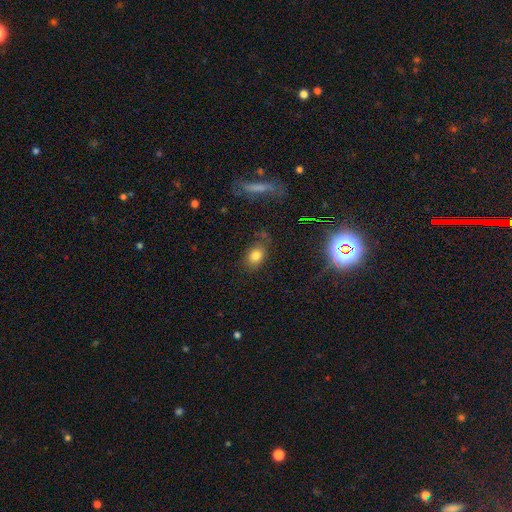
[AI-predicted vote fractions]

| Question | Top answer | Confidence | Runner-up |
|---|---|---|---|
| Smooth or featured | smooth | 79% | star or artifact (12%) |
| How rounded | in between | 70% | round (28%) |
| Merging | none | 76% | minor disturbance (16%) |